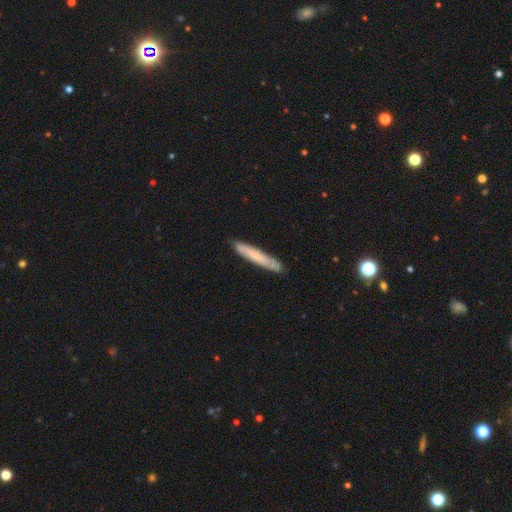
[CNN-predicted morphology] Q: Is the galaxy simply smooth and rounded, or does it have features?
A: smooth — 66%.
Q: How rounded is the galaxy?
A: cigar-shaped — 95%.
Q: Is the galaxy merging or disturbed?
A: none — 84%.